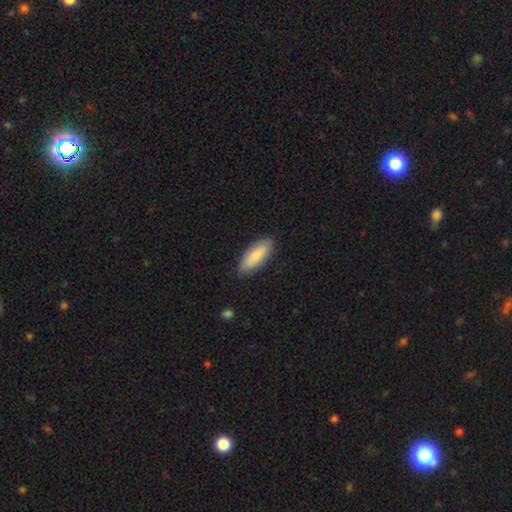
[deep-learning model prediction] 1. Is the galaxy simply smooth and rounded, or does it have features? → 80% smooth, 15% featured or disk, 5% star or artifact.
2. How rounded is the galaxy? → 73% in between, 25% cigar-shaped, 2% round.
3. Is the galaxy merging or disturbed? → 85% none, 12% minor disturbance, 2% major disturbance, 1% merger.